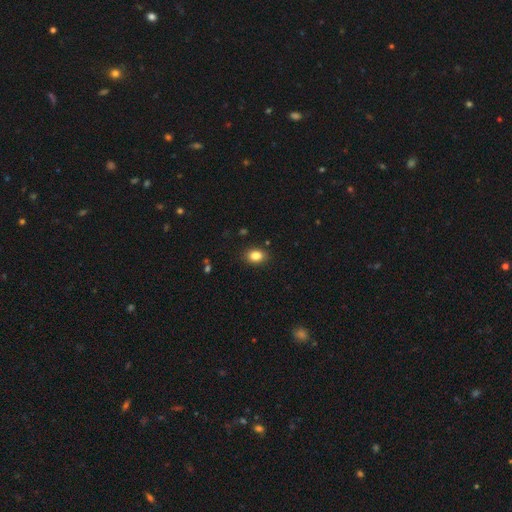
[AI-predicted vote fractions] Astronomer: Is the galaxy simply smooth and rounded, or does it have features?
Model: smooth — 86%.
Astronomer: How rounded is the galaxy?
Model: in between — 75%.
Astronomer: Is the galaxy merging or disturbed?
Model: none — 87%.